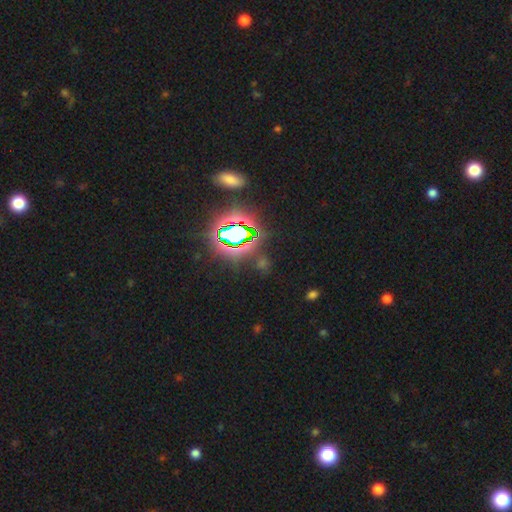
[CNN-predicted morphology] Smooth or featured: star or artifact — 82% (smooth — 10%)